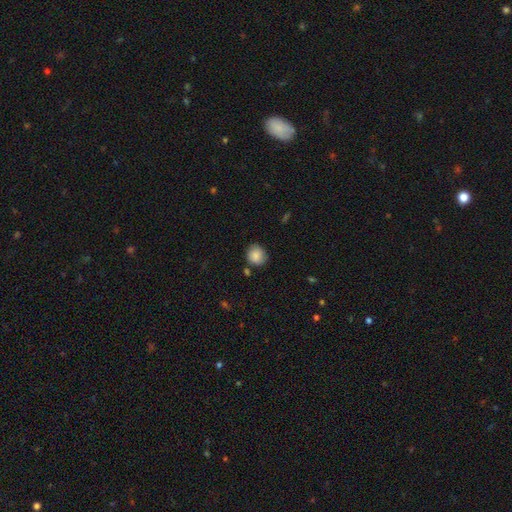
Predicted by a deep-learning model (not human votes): A smooth galaxy with no disk features (85%) that is round (85%). Merging: none (75%).